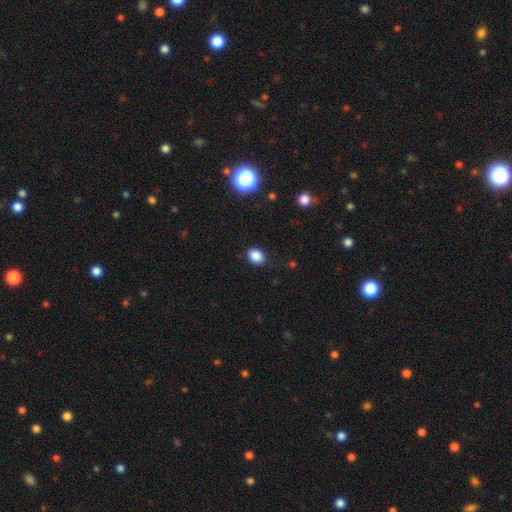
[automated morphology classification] The model was most divided on "how rounded": in between: 62%, round: 37%, cigar-shaped: 1%. More confident: merging — none (86%); smooth or featured — smooth (86%).